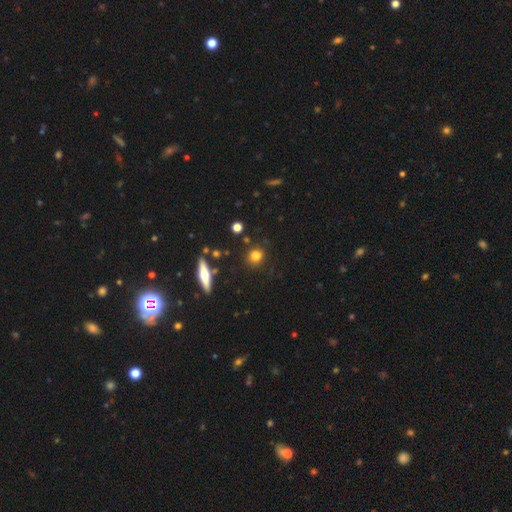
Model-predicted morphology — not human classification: smooth_or_featured: smooth (p=0.81) [alt: star or artifact p=0.11]
how_rounded: round (p=0.78) [alt: in between p=0.19]
merging: none (p=0.84) [alt: minor disturbance p=0.10]